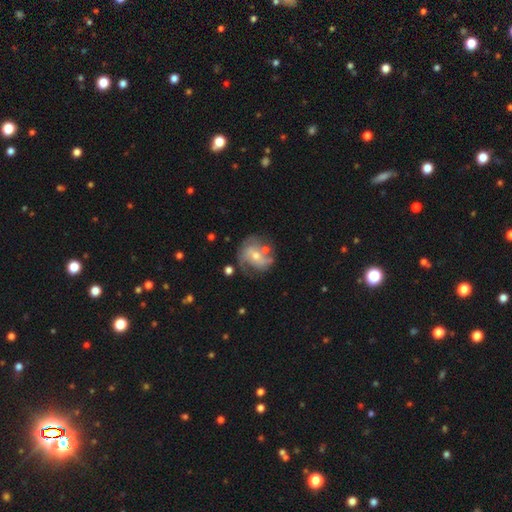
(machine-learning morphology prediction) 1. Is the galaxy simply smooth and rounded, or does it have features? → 72% featured or disk, 21% smooth, 7% star or artifact.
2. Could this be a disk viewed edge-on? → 97% no, 3% yes.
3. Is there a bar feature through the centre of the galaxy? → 52% no, 36% weak, 12% strong.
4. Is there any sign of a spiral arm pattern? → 84% yes, 16% no.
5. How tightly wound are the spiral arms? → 43% medium, 32% loose, 25% tight.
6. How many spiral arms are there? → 57% 2, 20% can't tell, 12% 3, 6% 1, 3% 4, 2% more than 4.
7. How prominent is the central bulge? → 48% moderate (tied), 48% small (tied), 2% large, 2% none, 1% dominant.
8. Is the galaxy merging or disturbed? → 54% none, 23% minor disturbance, 14% major disturbance, 9% merger.